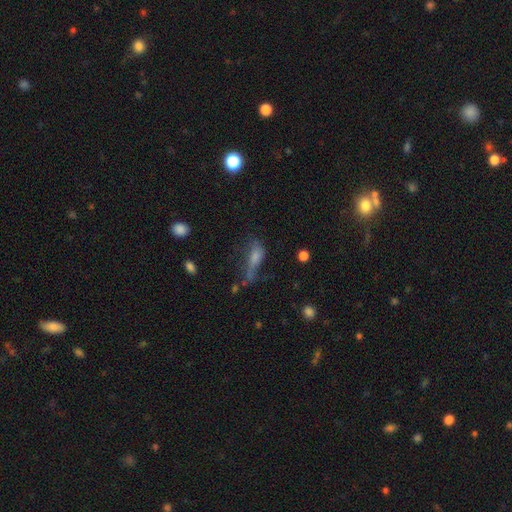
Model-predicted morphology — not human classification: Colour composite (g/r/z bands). It shows a smooth galaxy with no disk features (49%). Merging: major disturbance (34%).